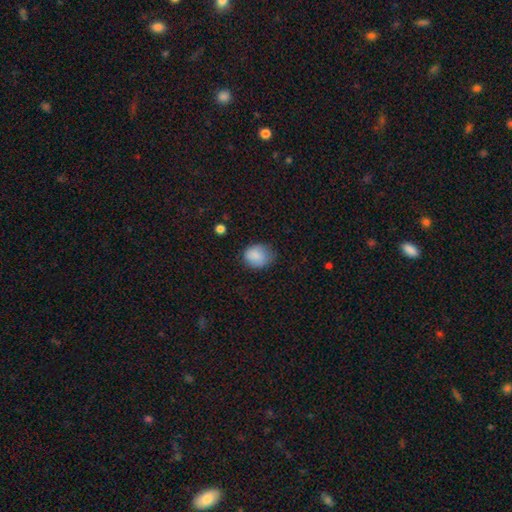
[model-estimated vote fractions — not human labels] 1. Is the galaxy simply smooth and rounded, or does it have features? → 85% smooth, 8% star or artifact, 6% featured or disk.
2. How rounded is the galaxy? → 59% round, 40% in between, 1% cigar-shaped.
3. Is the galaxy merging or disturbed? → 61% none, 30% minor disturbance, 8% major disturbance, 2% merger.